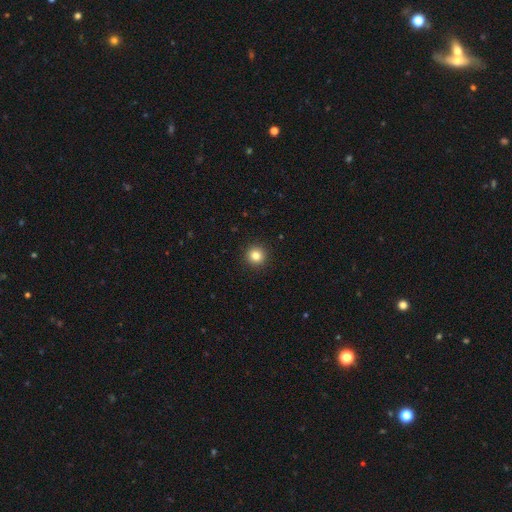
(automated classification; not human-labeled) The model was most divided on "smooth or featured": smooth: 83%, star or artifact: 12%, featured or disk: 6%. More confident: how rounded — round (95%); merging — none (93%).